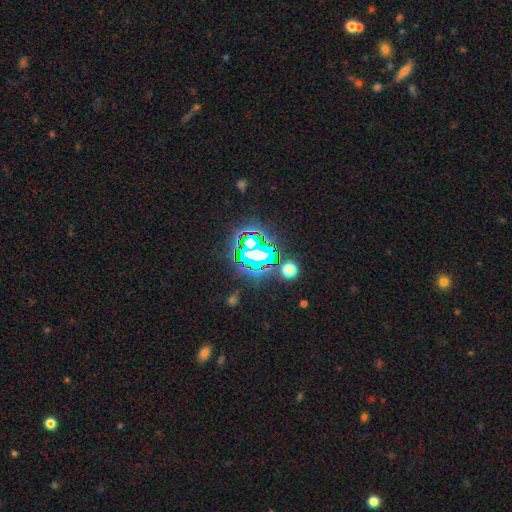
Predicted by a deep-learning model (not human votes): Smooth or featured: star or artifact — 71% (smooth — 16%)